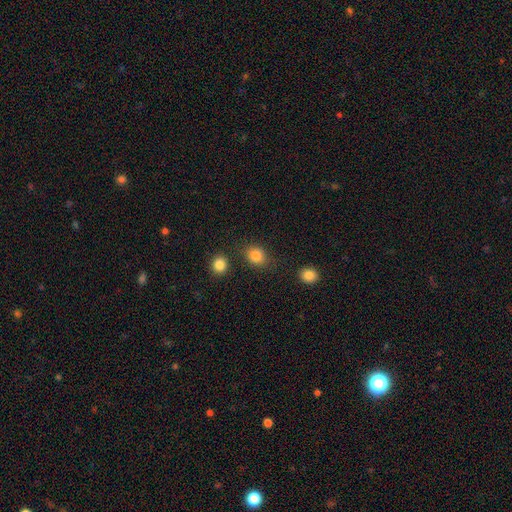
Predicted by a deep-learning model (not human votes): smooth_or_featured: smooth (p=0.84) [alt: star or artifact p=0.11]
how_rounded: round (p=0.61) [alt: in between p=0.38]
merging: none (p=0.78) [alt: minor disturbance p=0.12]